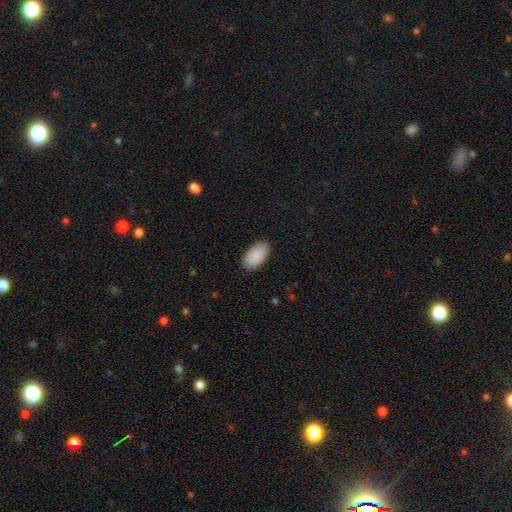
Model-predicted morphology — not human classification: This is clearly a smooth galaxy (91%). How rounded: clearly in between (96%). Merging: clearly none (87%).